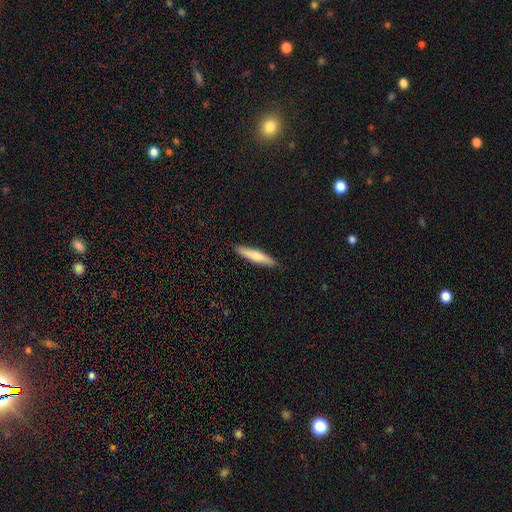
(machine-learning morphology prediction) This appears to be a smooth galaxy with no disk features (66%) that is cigar-shaped (89%). Merging: none (90%).